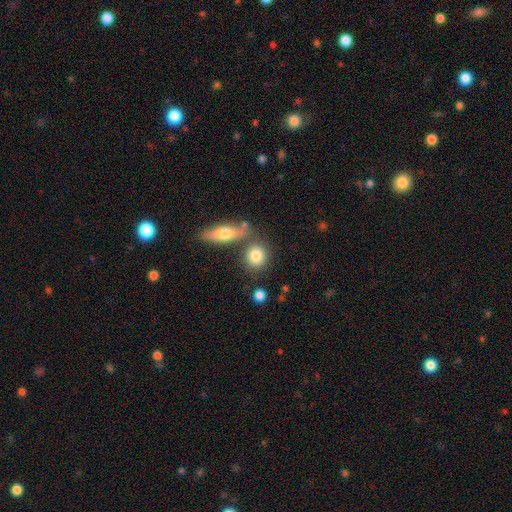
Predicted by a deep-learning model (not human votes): Smooth or featured: smooth — 81% (featured or disk — 11%)
How rounded: round — 73% (in between — 24%)
Merging: none — 68% (merger — 18%)